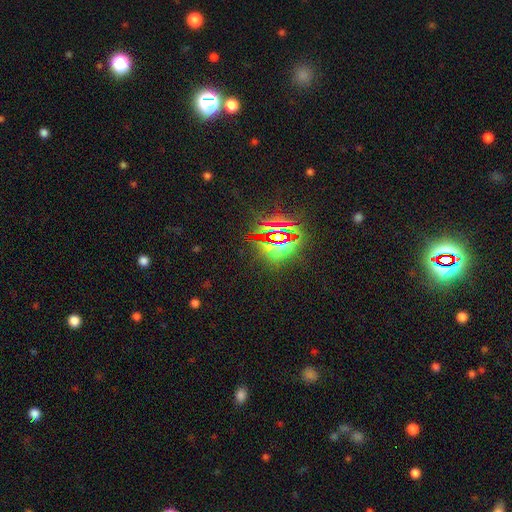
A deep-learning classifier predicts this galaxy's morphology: smooth-or-featured: star or artifact: 82% | smooth: 11% | featured or disk: 7%